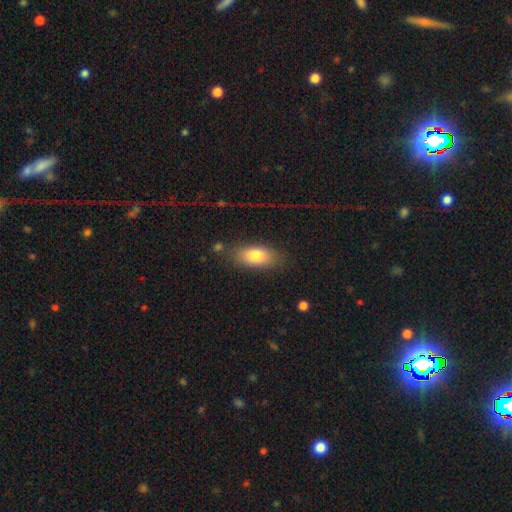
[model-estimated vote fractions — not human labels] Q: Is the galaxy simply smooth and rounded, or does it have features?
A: smooth — 79%.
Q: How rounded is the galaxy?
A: in between — 87%.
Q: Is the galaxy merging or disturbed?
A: none — 79%.